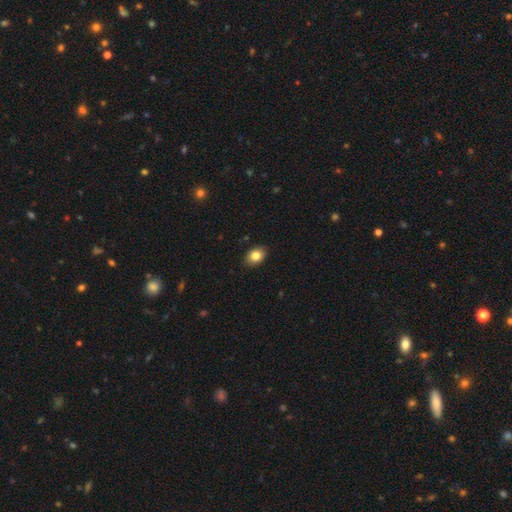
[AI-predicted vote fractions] Overall: smooth (84%). How rounded: in between (72%). Merging: none (88%).